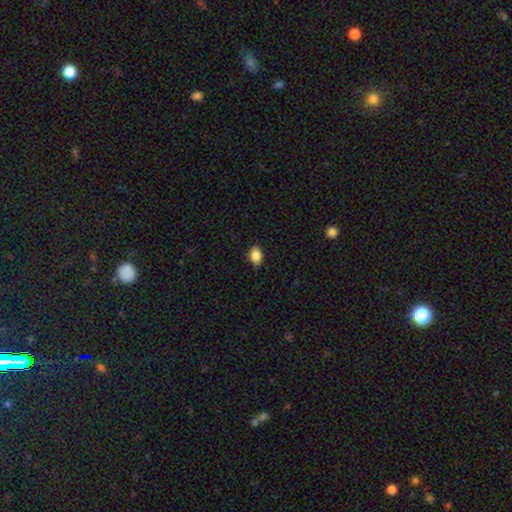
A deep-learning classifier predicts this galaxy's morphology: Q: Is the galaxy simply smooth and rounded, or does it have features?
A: smooth — 87%.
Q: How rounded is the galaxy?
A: in between — 82%.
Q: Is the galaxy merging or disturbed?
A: none — 85%.